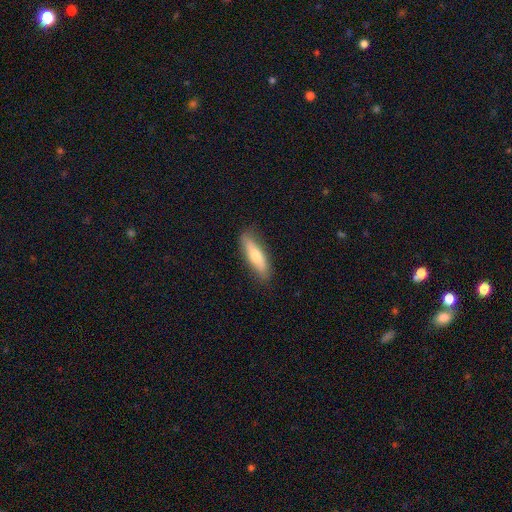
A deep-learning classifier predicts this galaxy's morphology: This appears to be a smooth galaxy with no disk features (62%) that is cigar-shaped (63%). Merging: none (83%).